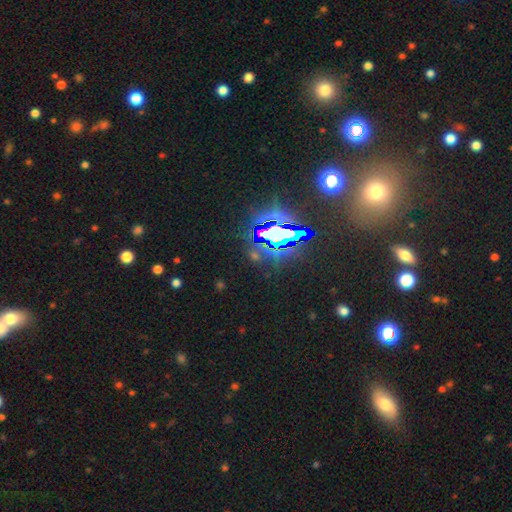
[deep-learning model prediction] Overall: star or artifact (81%).